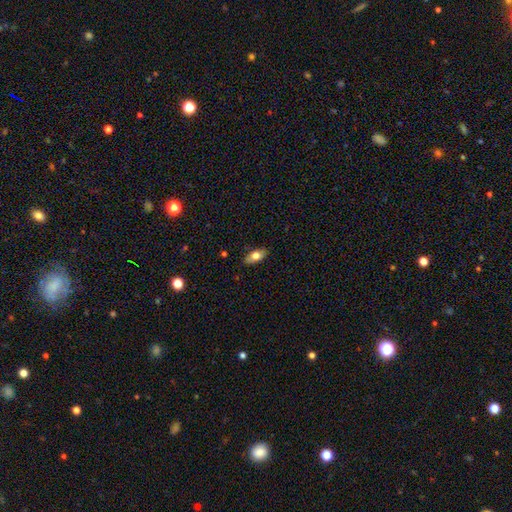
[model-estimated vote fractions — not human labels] This appears to be a smooth galaxy with no disk features (73%) that is in between round and cigar-shaped (85%). Merging: none (86%).